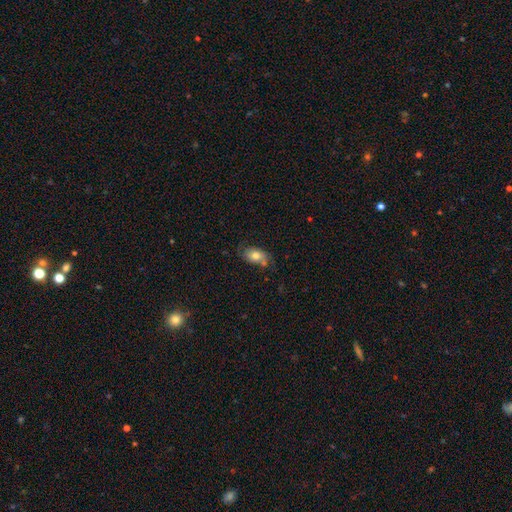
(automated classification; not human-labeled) Q: Smooth or featured?
A: smooth (73%); runner-up: featured or disk (19%)
Q: How rounded?
A: in between (87%); runner-up: round (11%)
Q: Merging?
A: none (60%); runner-up: minor disturbance (25%)